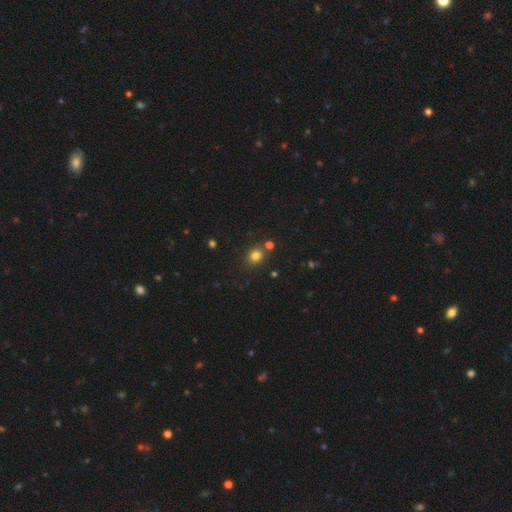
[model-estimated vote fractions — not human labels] This is likely a smooth galaxy (79%). How rounded: likely round (74%). Merging: likely none (77%).